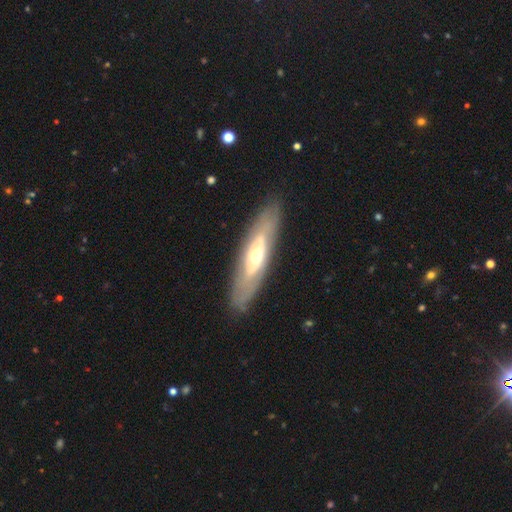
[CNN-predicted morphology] featured or disk 64%, smooth 30%, star or artifact 5%. Down the decision tree: edge-on disk — no (59%); merging — none (84%).